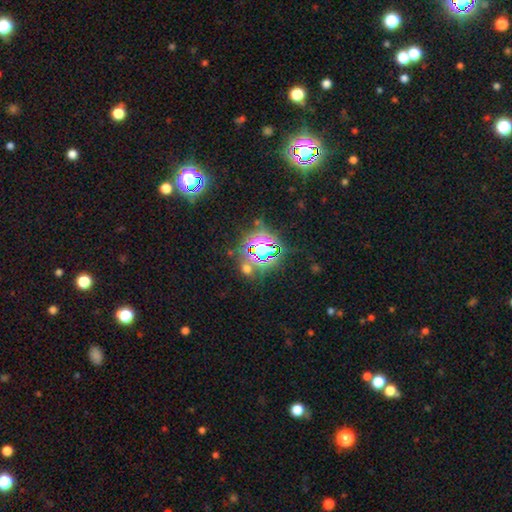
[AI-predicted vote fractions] This appears to be a star or artifact, not a galaxy (80%).